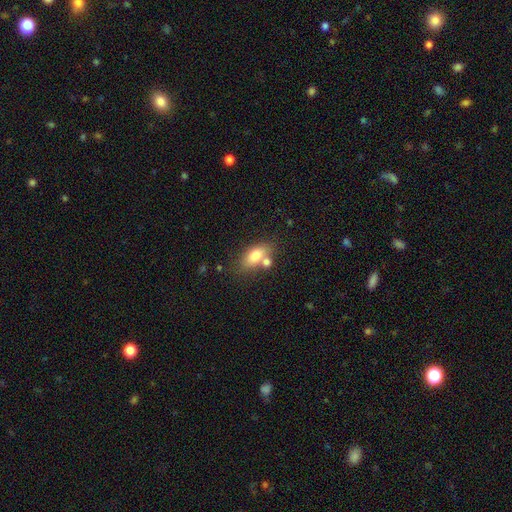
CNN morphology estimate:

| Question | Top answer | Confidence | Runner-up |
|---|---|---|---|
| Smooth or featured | smooth | 74% | featured or disk (18%) |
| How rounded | in between | 81% | cigar-shaped (11%) |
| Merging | none | 55% | merger (26%) |